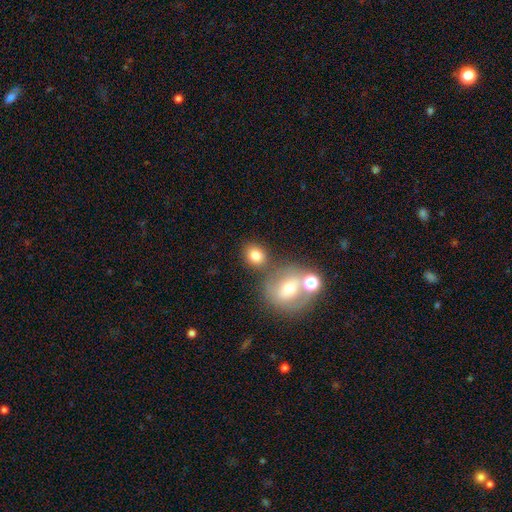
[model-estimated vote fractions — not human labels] Smooth or featured: smooth — 78% (star or artifact — 12%)
How rounded: round — 66% (in between — 33%)
Merging: none — 66% (merger — 18%)